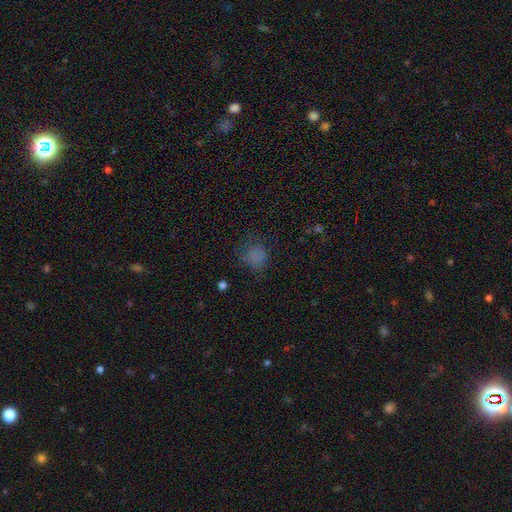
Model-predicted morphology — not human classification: Smooth or featured: smooth — 75% (star or artifact — 18%)
How rounded: round — 77% (in between — 22%)
Merging: none — 67% (minor disturbance — 20%)